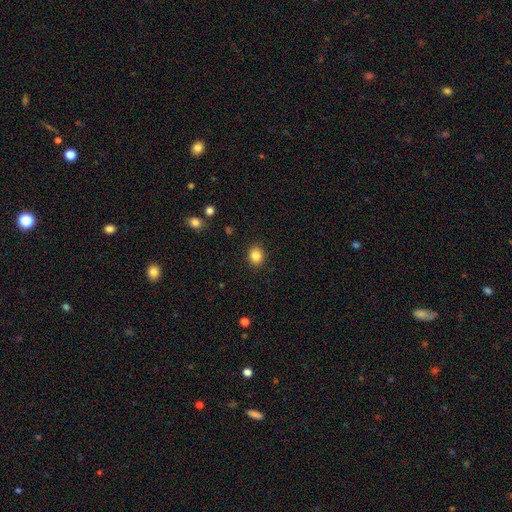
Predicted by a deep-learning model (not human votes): This appears to be a smooth galaxy with no disk features (85%) that is round (61%). Merging: none (89%).